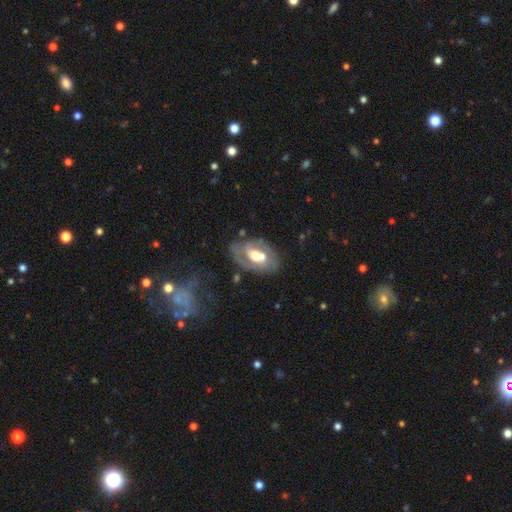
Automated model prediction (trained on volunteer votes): This appears to be a featured or disk galaxy (67%) with no bar (63%), spiral arms (55%) and a moderate central bulge (68%). Merging: none (45%).